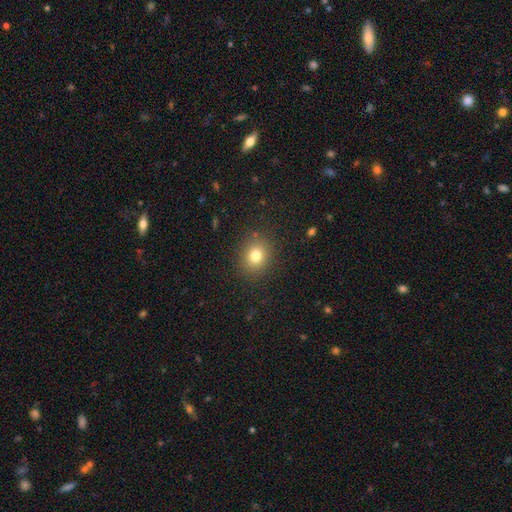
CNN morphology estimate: smooth 79%, star or artifact 13%, featured or disk 8%. Down the decision tree: how rounded — round (69%); merging — none (87%).